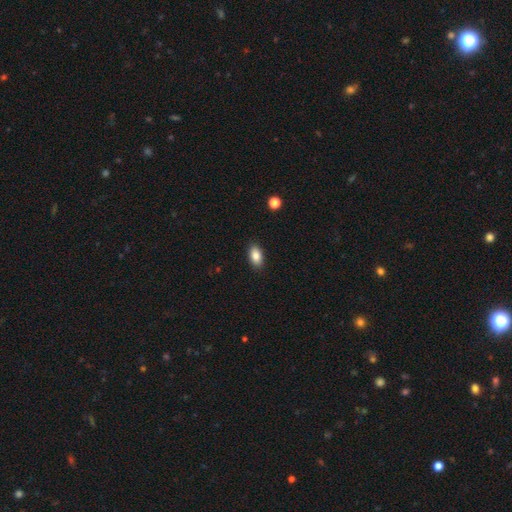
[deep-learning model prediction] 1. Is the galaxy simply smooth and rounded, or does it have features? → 86% smooth, 8% star or artifact, 6% featured or disk.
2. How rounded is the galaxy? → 91% in between, 5% round, 3% cigar-shaped.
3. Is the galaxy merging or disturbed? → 89% none, 8% minor disturbance, 2% major disturbance, 1% merger.